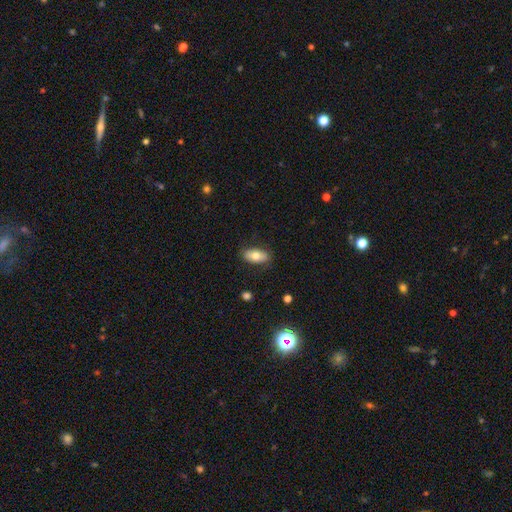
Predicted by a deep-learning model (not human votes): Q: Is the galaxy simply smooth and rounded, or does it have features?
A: smooth — 75%.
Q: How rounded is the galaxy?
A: in between — 90%.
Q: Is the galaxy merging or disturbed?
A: none — 83%.